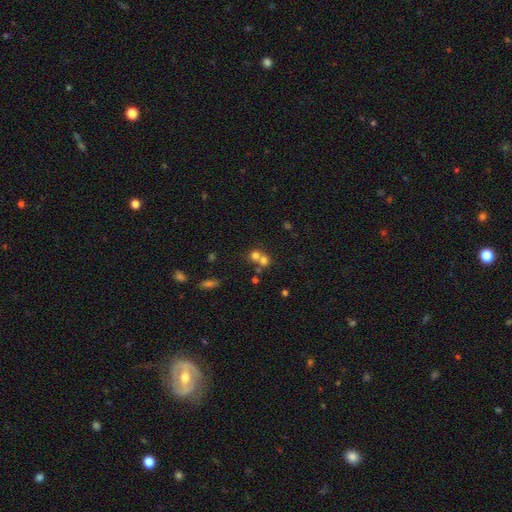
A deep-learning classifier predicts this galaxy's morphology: A smooth galaxy with no disk features (68%) that is round (82%). Merging: merger (56%).